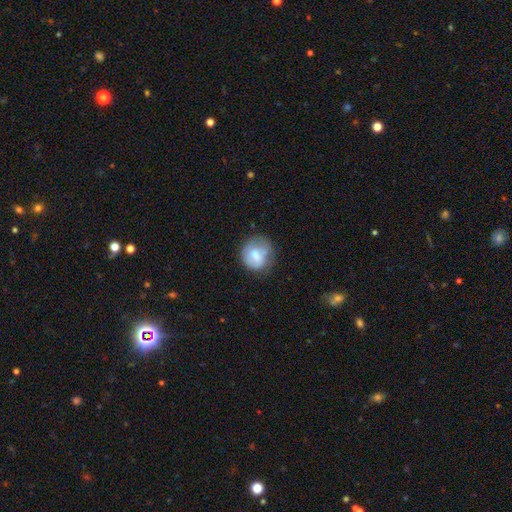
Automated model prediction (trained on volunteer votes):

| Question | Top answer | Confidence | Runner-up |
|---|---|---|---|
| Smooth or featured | smooth | 64% | featured or disk (28%) |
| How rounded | round | 79% | in between (20%) |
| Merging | none | 53% | minor disturbance (27%) |